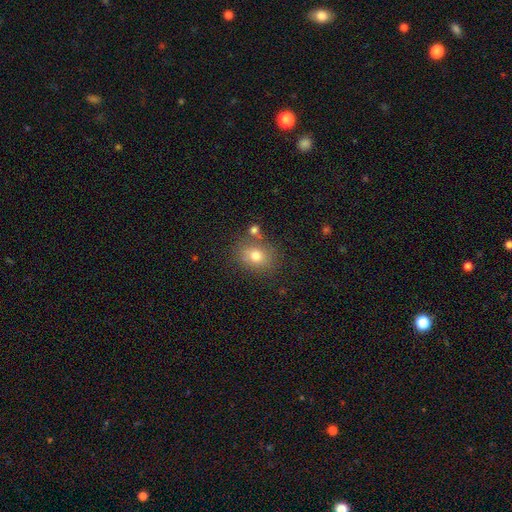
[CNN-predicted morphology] A smooth galaxy with no disk features (74%) that is round (57%). Merging: none (69%).